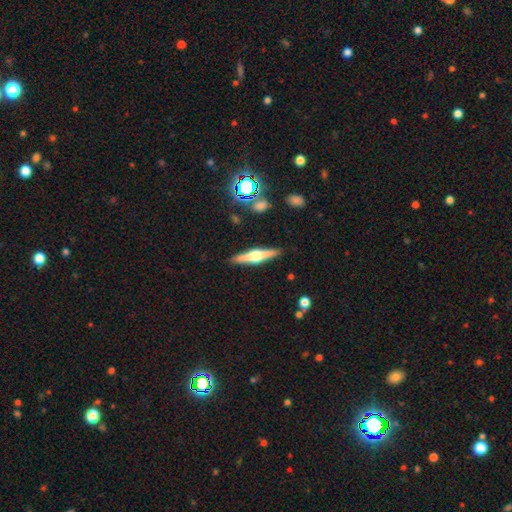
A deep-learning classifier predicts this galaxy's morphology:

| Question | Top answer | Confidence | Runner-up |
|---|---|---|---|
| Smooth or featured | featured or disk | 71% | smooth (22%) |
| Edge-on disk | yes | 98% | no (2%) |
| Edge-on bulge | rounded | 92% | boxy (6%) |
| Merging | none | 90% | minor disturbance (7%) |